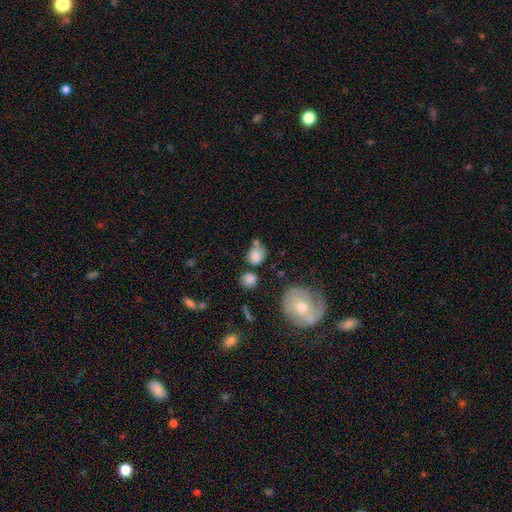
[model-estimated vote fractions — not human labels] This is clearly a smooth galaxy (80%). How rounded: likely round (63%). Merging: possibly none (47%).